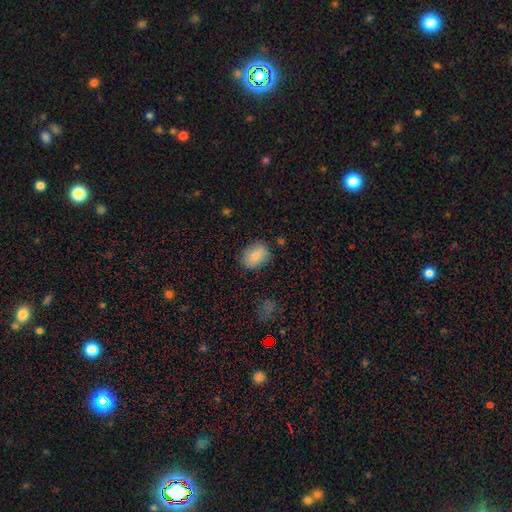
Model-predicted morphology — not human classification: Overall: smooth (81%). How rounded: in between (78%). Merging: none (82%).